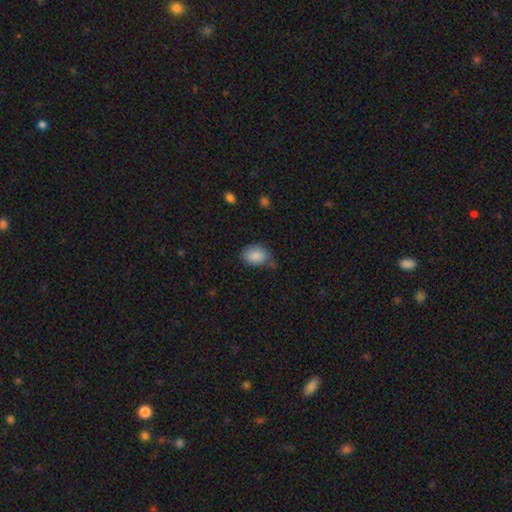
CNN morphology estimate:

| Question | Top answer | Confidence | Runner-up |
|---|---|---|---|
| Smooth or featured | smooth | 86% | star or artifact (7%) |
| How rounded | in between | 74% | round (25%) |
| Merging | none | 52% | minor disturbance (34%) |